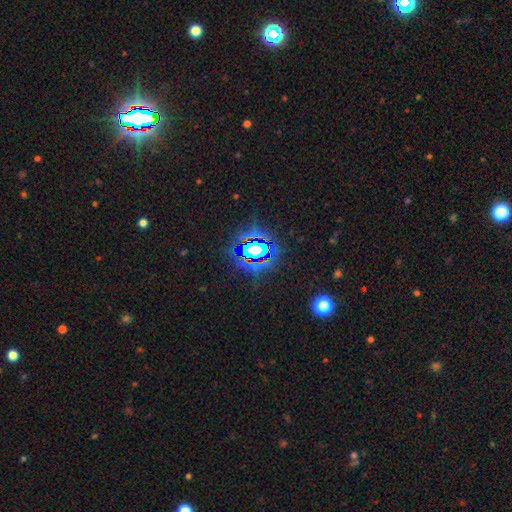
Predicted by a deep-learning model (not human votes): A star or artifact, not a galaxy (73%).